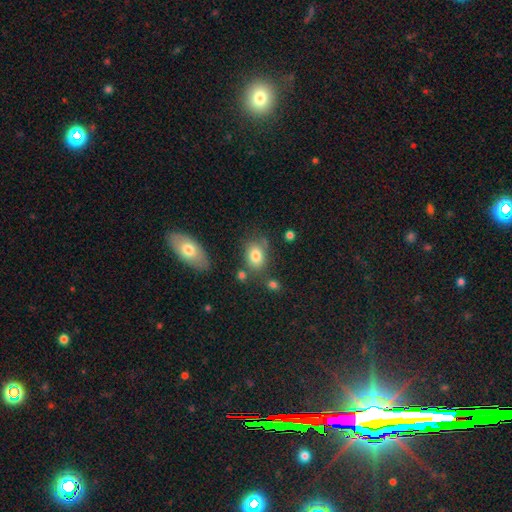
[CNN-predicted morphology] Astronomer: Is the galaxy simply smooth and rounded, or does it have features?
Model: smooth — 80%.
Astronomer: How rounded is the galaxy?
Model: in between — 74%.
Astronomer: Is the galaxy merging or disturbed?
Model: none — 64%.